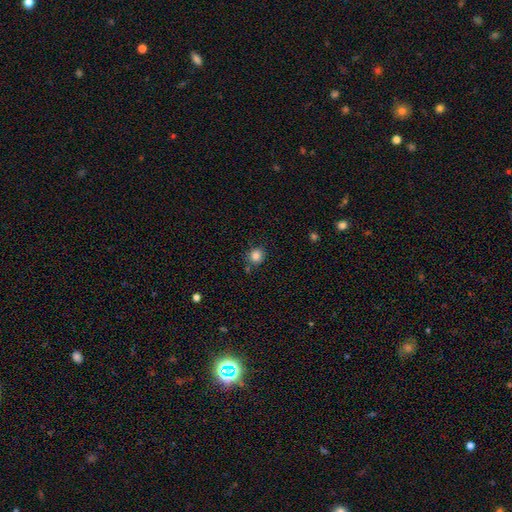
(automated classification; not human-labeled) smooth 84%, star or artifact 11%, featured or disk 4%. Down the decision tree: how rounded — round (87%); merging — none (81%).